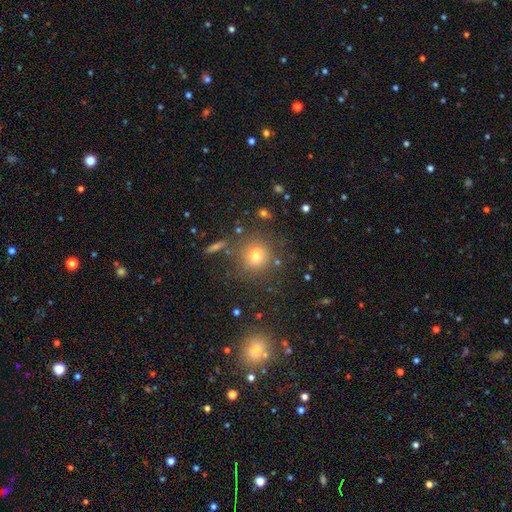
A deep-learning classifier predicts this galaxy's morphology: The model was most divided on "smooth or featured": smooth: 72%, star or artifact: 18%, featured or disk: 11%. More confident: how rounded — round (90%); merging — none (80%).